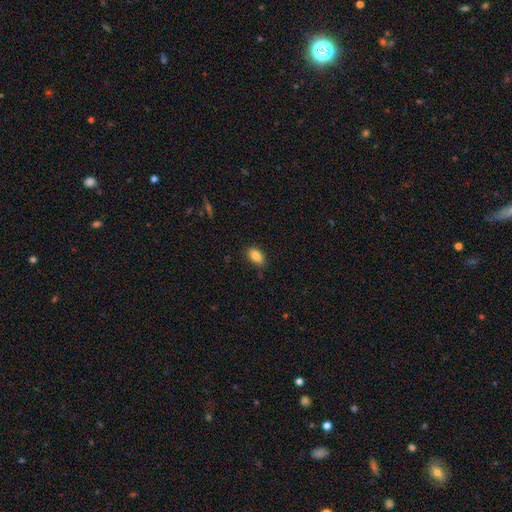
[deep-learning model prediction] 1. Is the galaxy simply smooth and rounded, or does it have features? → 83% smooth, 9% featured or disk, 8% star or artifact.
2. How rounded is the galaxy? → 89% in between, 6% cigar-shaped, 5% round.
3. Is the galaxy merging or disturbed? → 82% none, 14% minor disturbance, 2% major disturbance, 1% merger.